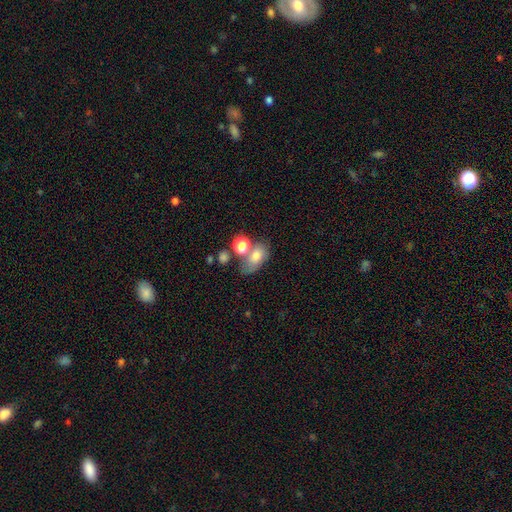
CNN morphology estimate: type=smooth (72%); roundness=in between (81%); merging=none (39%).